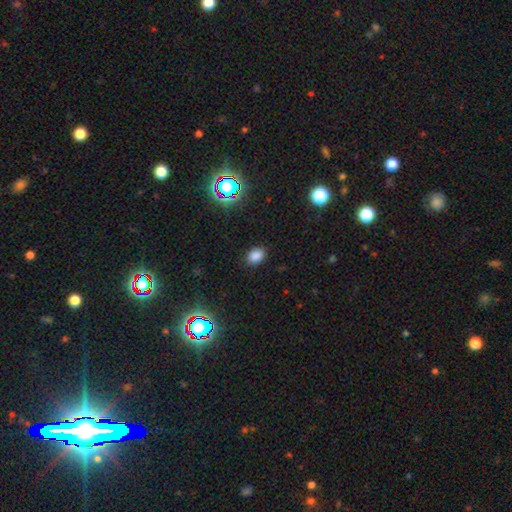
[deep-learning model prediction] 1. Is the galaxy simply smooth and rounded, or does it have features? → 79% smooth, 16% star or artifact, 4% featured or disk.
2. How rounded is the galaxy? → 75% in between, 24% round, 1% cigar-shaped.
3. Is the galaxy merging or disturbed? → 86% none, 10% minor disturbance, 3% major disturbance, 1% merger.